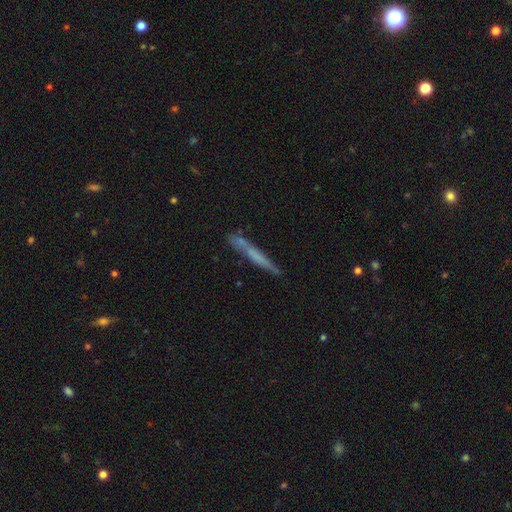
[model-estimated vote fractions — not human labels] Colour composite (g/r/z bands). It shows a smooth galaxy with no disk features (51%) that is cigar-shaped (95%). Merging: none (74%).